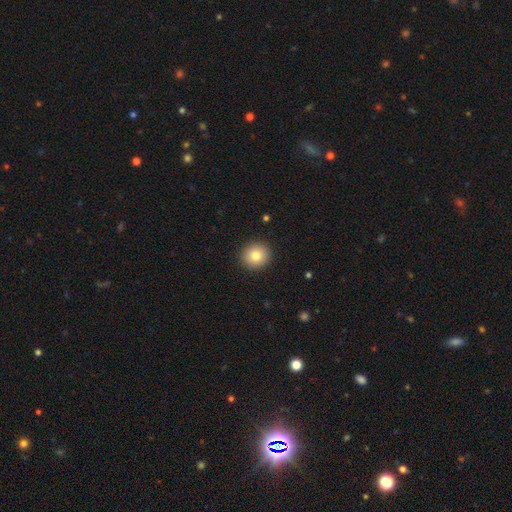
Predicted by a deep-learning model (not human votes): This is clearly a smooth galaxy (81%). How rounded: clearly round (87%). Merging: clearly none (92%).